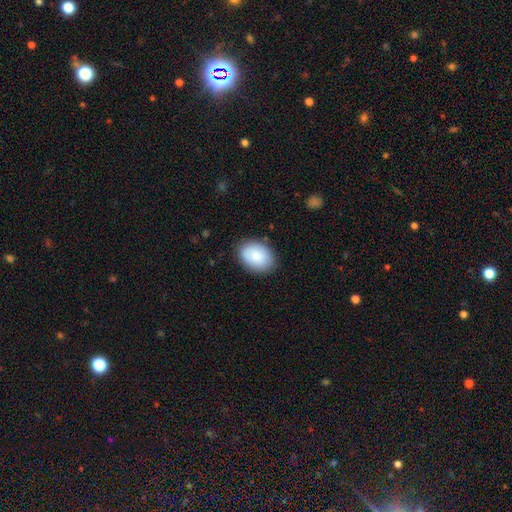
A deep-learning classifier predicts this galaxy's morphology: Overall: smooth (83%). How rounded: in between (79%). Merging: none (82%).